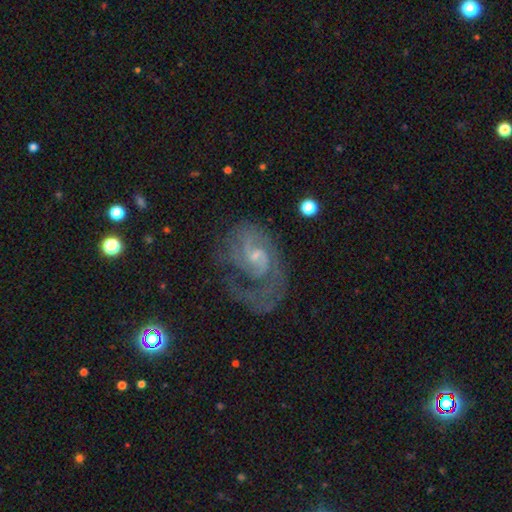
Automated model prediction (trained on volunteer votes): The model was most divided on "bar": no: 48%, weak: 45%, strong: 7%. Remaining: edge-on disk — no (98%); spiral arms — yes (92%); smooth or featured — featured or disk (83%); bulge size — small (66%); spiral arm count — 2 (51%); merging — none (48%); spiral winding — medium (47%).